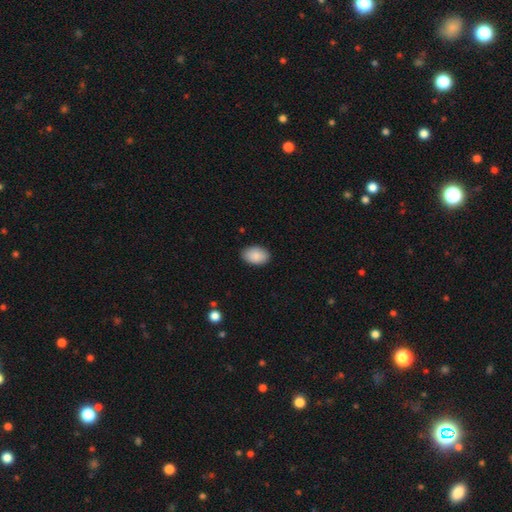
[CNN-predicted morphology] A smooth galaxy with no disk features (90%) that is in between round and cigar-shaped (90%).

Vote fractions:
- Smooth or featured? smooth: 90% / star or artifact: 6% / featured or disk: 4%
- How rounded? in between: 90% / round: 9% / cigar-shaped: 1%
- Merging? none: 89% / minor disturbance: 8% / major disturbance: 2% / merger: 1%